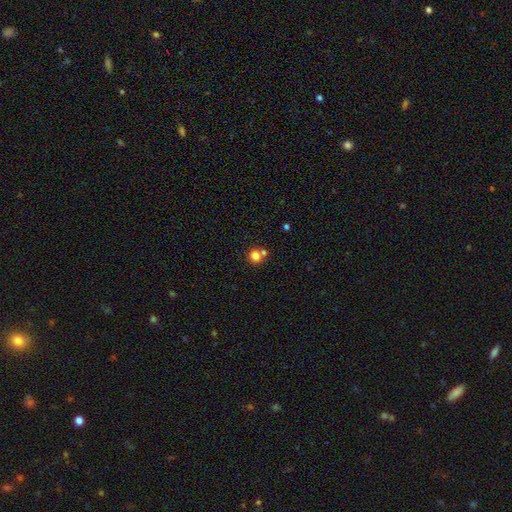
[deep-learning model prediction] Q: Smooth or featured?
A: smooth (80%); runner-up: star or artifact (12%)
Q: How rounded?
A: round (88%); runner-up: in between (11%)
Q: Merging?
A: none (59%); runner-up: merger (30%)